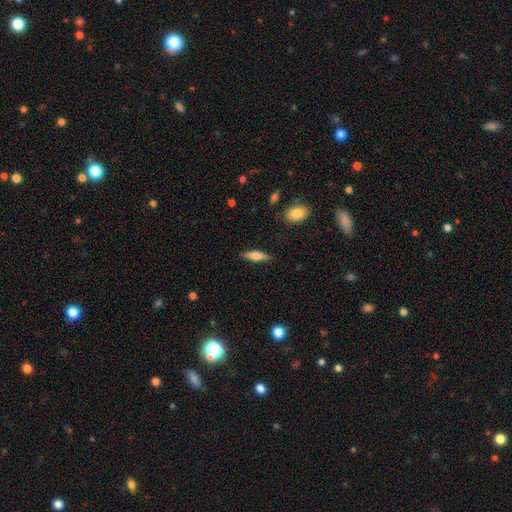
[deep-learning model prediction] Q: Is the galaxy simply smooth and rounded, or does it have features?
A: smooth — 61%.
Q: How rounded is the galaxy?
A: cigar-shaped — 62%.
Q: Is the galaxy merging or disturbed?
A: none — 87%.